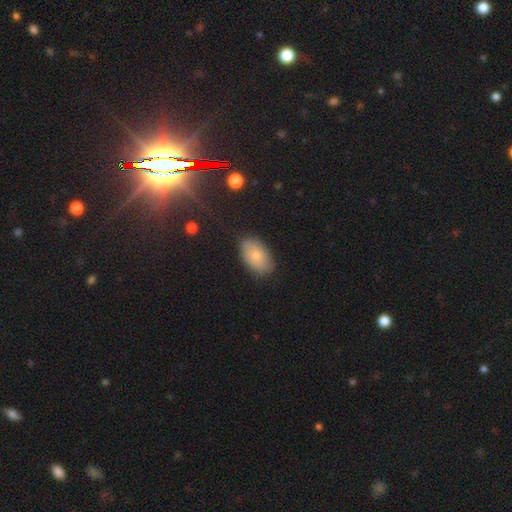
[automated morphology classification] A smooth galaxy with no disk features (74%) that is in between round and cigar-shaped (93%).

Vote fractions:
- Smooth or featured? smooth: 74% / featured or disk: 19% / star or artifact: 7%
- How rounded? in between: 93% / round: 6% / cigar-shaped: 1%
- Merging? none: 82% / minor disturbance: 14% / major disturbance: 3% / merger: 1%